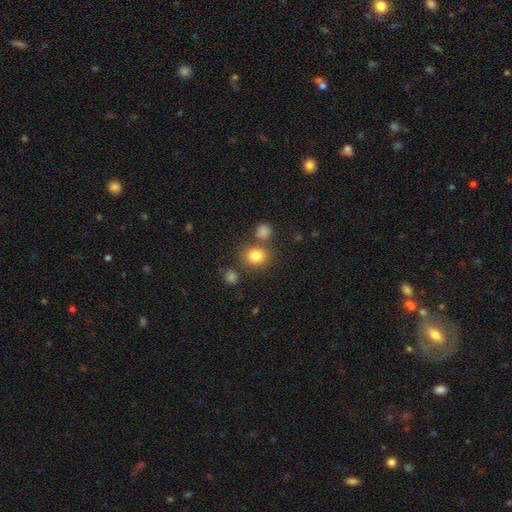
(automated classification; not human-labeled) smooth-or-featured: smooth: 81% | star or artifact: 12% | featured or disk: 7%
  how-rounded: round: 72% | in between: 28% | cigar-shaped: 1%
  merging: none: 74% | merger: 12% | minor disturbance: 10% | major disturbance: 4%